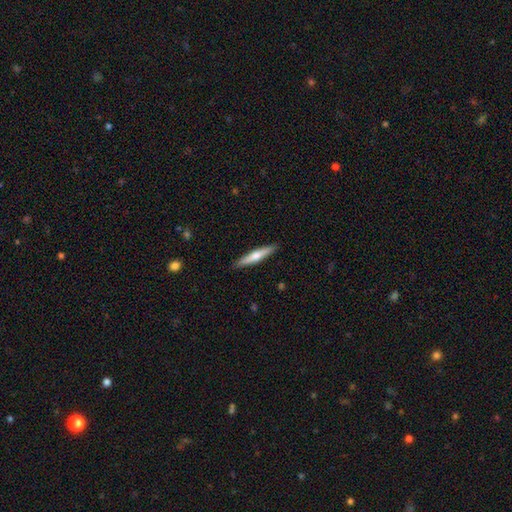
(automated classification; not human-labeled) smooth_or_featured: smooth (p=0.51) [alt: featured or disk p=0.44]
how_rounded: cigar-shaped (p=0.90) [alt: in between p=0.09]
merging: none (p=0.90) [alt: minor disturbance p=0.07]